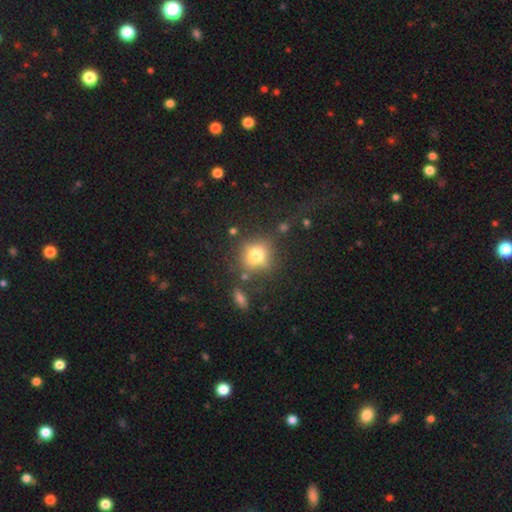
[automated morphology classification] Smooth or featured? smooth (66%)
How rounded? round (76%)
Merging? none (72%)